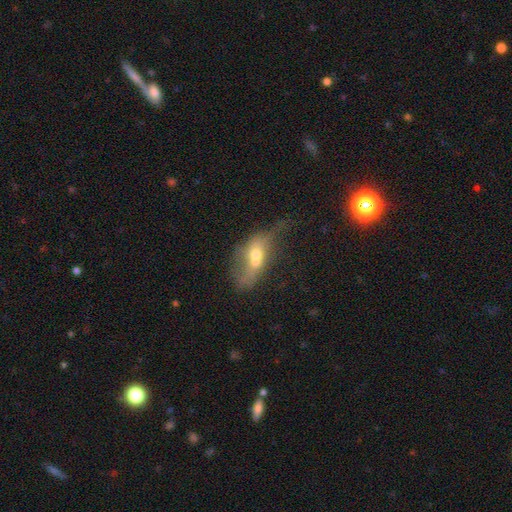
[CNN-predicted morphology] type=featured or disk (49%); merging=major disturbance (28%).